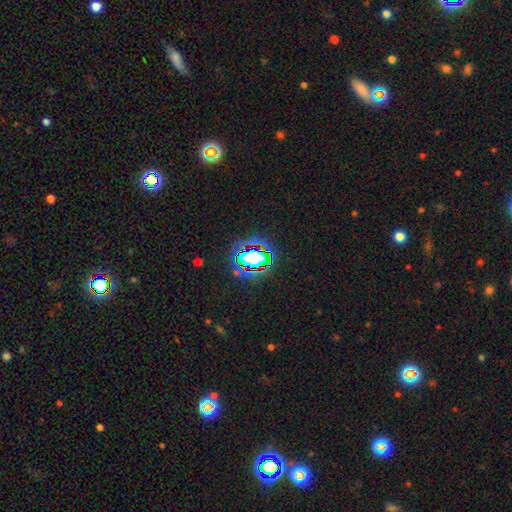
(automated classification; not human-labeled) Smooth or featured? star or artifact (66%)